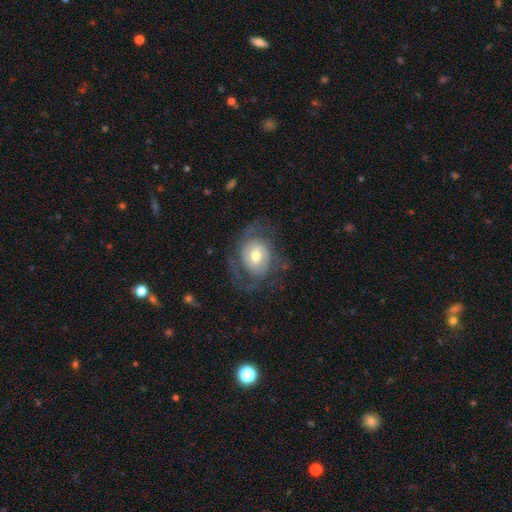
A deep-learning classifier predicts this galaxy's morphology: Smooth or featured: featured or disk — 68% (smooth — 26%)
Edge-on disk: no — 97% (yes — 3%)
Bar: no — 57% (weak — 33%)
Spiral arms: yes — 81% (no — 19%)
Spiral winding: medium — 42% (tight — 30%)
Spiral arm count: 2 — 59% (can't tell — 20%)
Bulge size: moderate — 70% (small — 15%)
Merging: none — 56% (major disturbance — 23%)